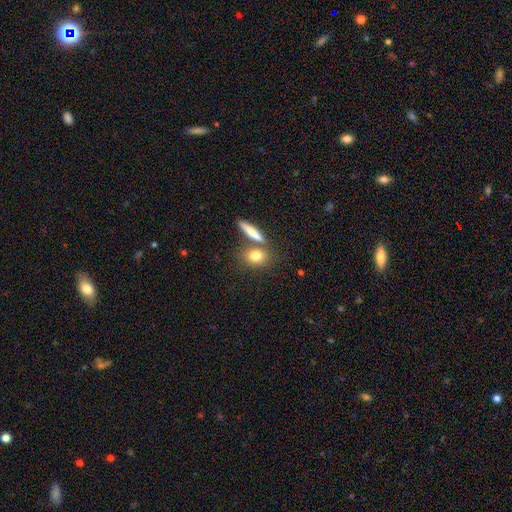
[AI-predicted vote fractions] Q: Smooth or featured?
A: smooth (80%); runner-up: featured or disk (12%)
Q: How rounded?
A: in between (48%); runner-up: round (38%)
Q: Merging?
A: none (63%); runner-up: merger (22%)